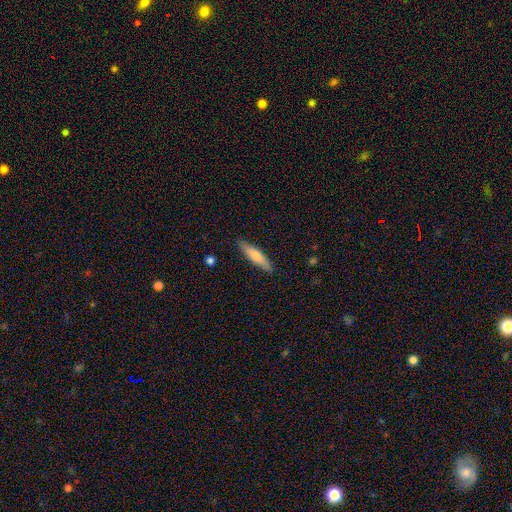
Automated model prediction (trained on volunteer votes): This is likely a smooth galaxy (65%). How rounded: likely cigar-shaped (76%). Merging: clearly none (87%).